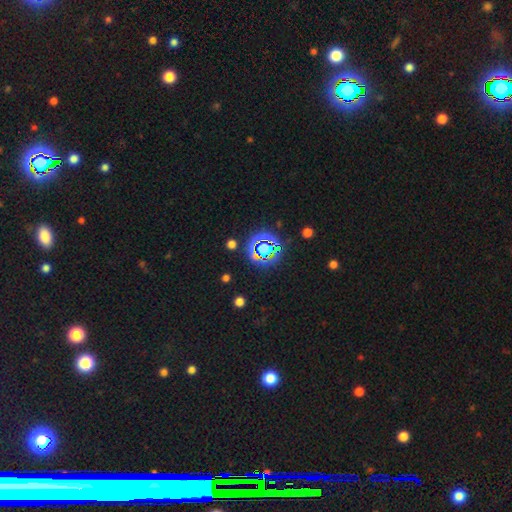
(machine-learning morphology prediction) Smooth or featured?
  - star or artifact: 73% *
  - smooth: 18%
  - featured or disk: 9%